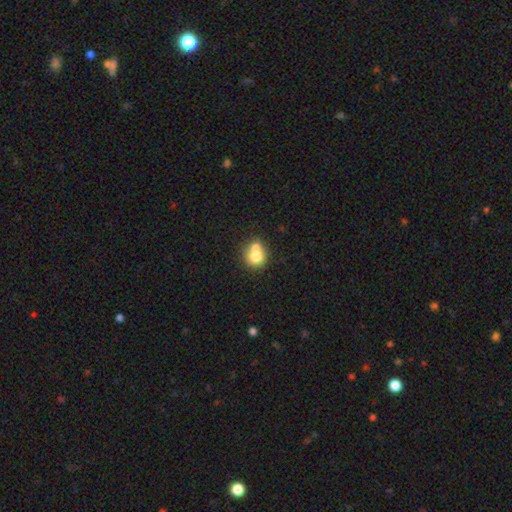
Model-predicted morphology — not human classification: Smooth or featured?
  - smooth: 72% *
  - featured or disk: 18%
  - star or artifact: 10%
How rounded?
  - round: 81% *
  - in between: 18%
  - cigar-shaped: 1%
Merging?
  - merger: 53% *
  - none: 36%
  - minor disturbance: 8%
  - major disturbance: 3%